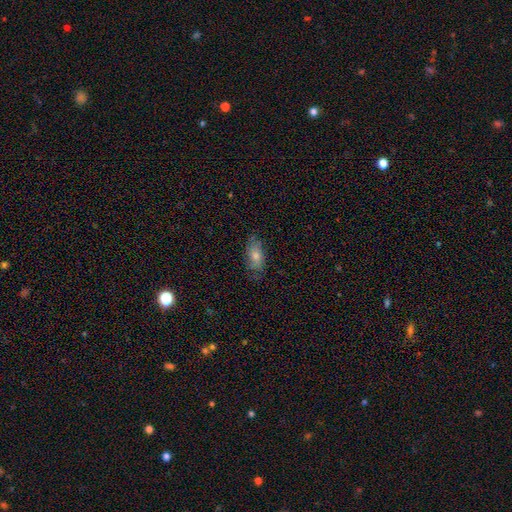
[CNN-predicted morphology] This is likely a smooth galaxy (75%). How rounded: clearly in between (87%). Merging: likely none (72%).